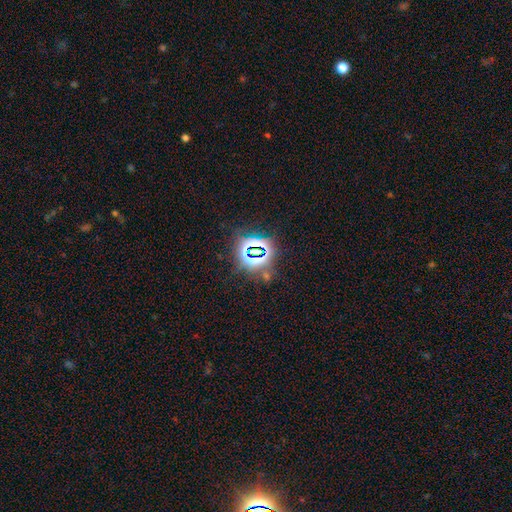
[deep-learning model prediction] Overall: star or artifact (76%).